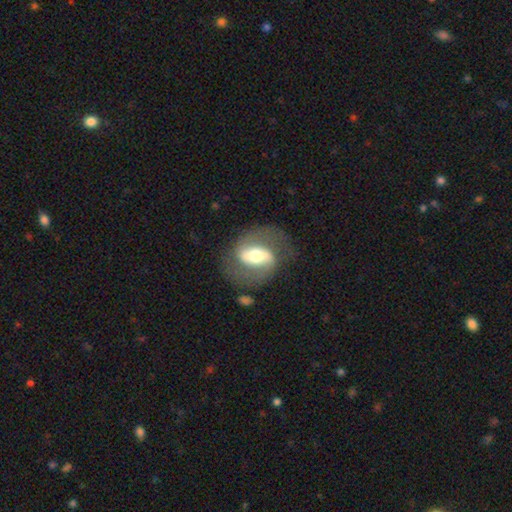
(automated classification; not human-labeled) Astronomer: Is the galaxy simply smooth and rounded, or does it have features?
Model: featured or disk — 80%.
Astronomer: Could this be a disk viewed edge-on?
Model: no — 95%.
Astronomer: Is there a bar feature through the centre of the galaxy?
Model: strong — 55%.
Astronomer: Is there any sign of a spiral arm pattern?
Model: yes — 87%.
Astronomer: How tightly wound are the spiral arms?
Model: medium — 51% (runner-up: loose, 30%).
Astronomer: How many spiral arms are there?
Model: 2 — 89%.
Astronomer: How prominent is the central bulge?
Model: moderate — 63%.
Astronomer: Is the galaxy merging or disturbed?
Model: none — 71%.